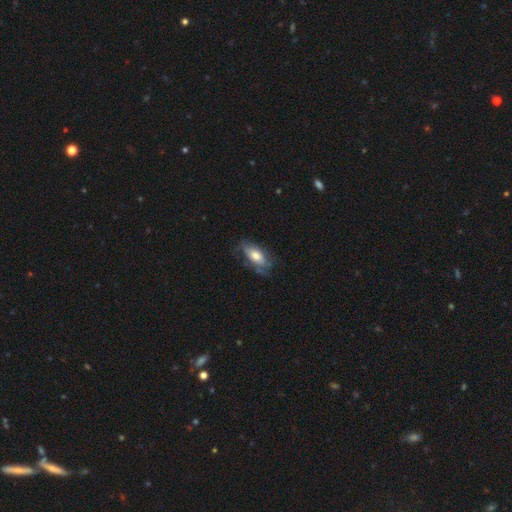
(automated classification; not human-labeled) This appears to be a smooth galaxy with no disk features (59%) that is in between round and cigar-shaped (86%). Merging: none (56%).